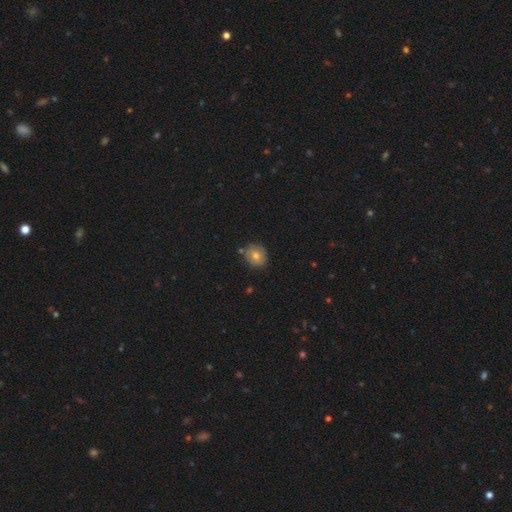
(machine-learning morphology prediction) The model was most divided on "smooth or featured": smooth: 68%, featured or disk: 18%, star or artifact: 14%. More confident: how rounded — round (80%); merging — none (79%).